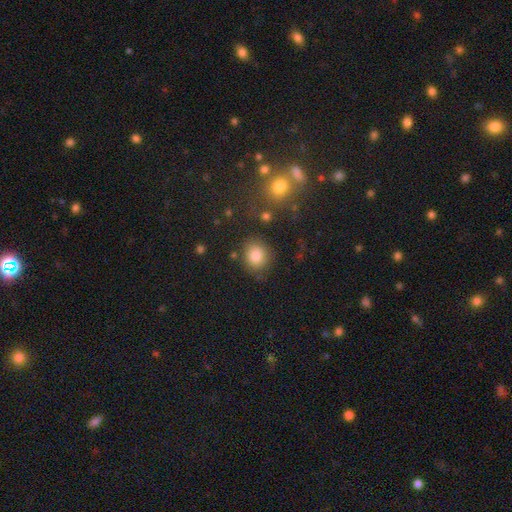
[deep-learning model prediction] This appears to be a smooth galaxy with no disk features (82%) that is round (77%). Merging: none (80%).